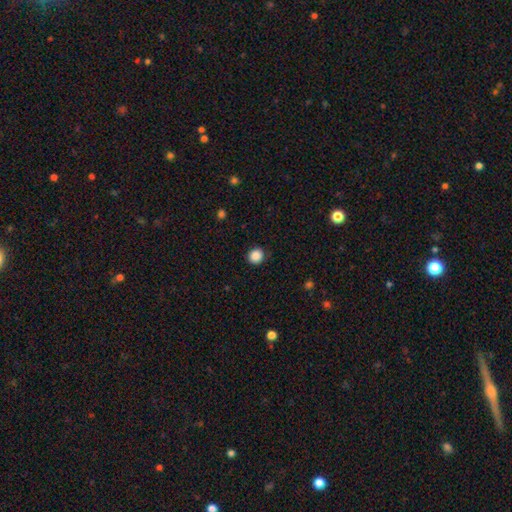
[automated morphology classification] Smooth or featured? Predicted: smooth (p=0.88). How rounded? Predicted: round (p=0.89). Merging? Predicted: none (p=0.89).